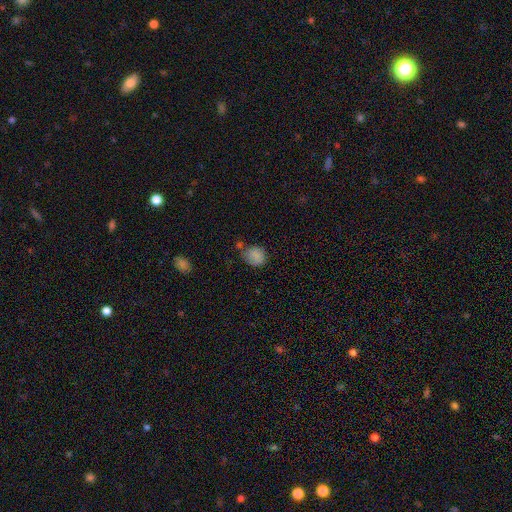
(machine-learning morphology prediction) smooth-or-featured: smooth: 83% | star or artifact: 10% | featured or disk: 6%
  how-rounded: round: 71% | in between: 28% | cigar-shaped: 1%
  merging: none: 62% | minor disturbance: 21% | merger: 11% | major disturbance: 6%